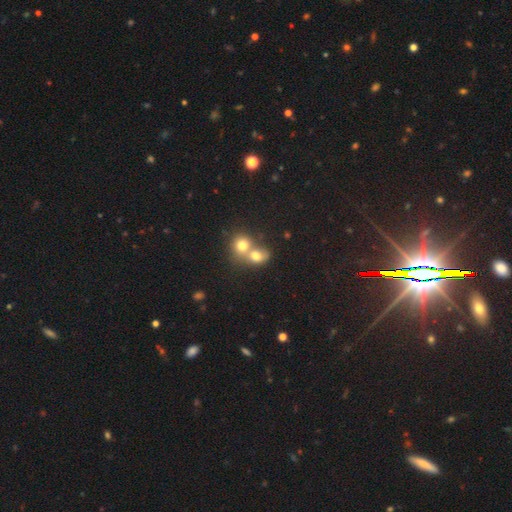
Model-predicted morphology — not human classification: Smooth or featured: smooth — 73% (featured or disk — 15%)
How rounded: round — 63% (in between — 36%)
Merging: merger — 69% (none — 22%)